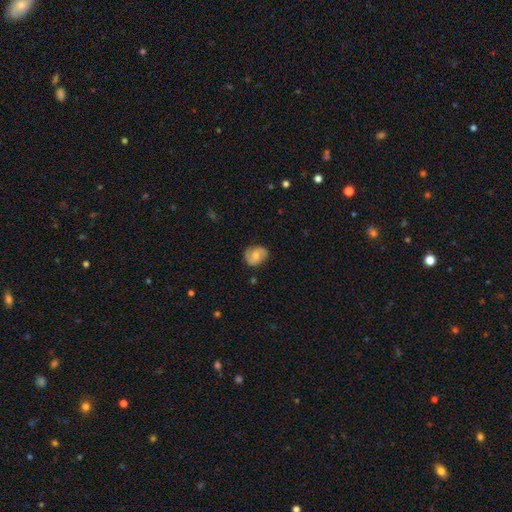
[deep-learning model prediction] Smooth or featured? Predicted: featured or disk (p=0.61). Edge-on disk? Predicted: no (p=0.98). Bar? Predicted: no (p=0.49). Spiral arms? Predicted: yes (p=0.91). Spiral winding? Predicted: medium (p=0.48). Spiral arm count? Predicted: 2 (p=0.88). Bulge size? Predicted: moderate (p=0.52). Merging? Predicted: none (p=0.79).